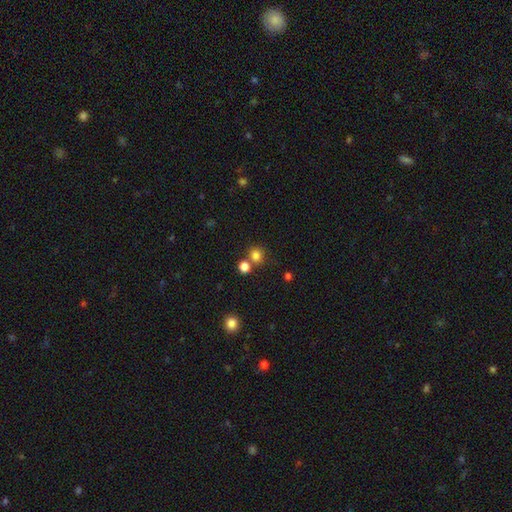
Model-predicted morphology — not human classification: This is likely a smooth galaxy (80%). How rounded: clearly round (85%). Merging: likely none (67%).